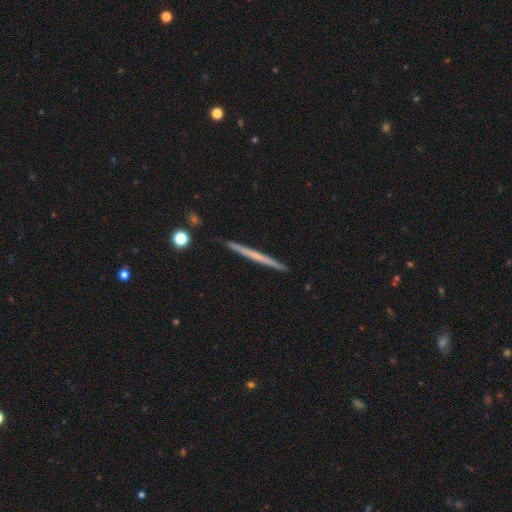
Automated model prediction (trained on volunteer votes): This is possibly a featured or disk galaxy (53%). It is clearly viewed edge-on (98%). Edge-on bulge: clearly none (86%). Merging: clearly none (92%).